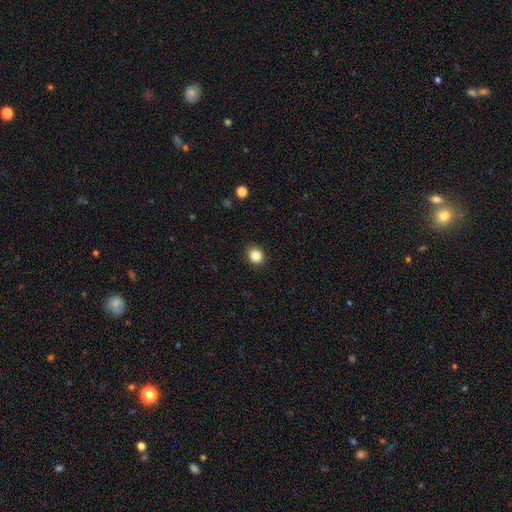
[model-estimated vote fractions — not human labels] Q: Smooth or featured?
A: smooth (86%); runner-up: star or artifact (10%)
Q: How rounded?
A: round (76%); runner-up: in between (23%)
Q: Merging?
A: none (88%); runner-up: minor disturbance (9%)